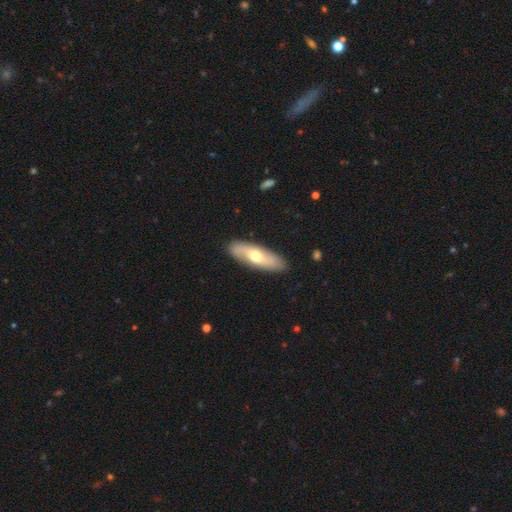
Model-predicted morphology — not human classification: Smooth or featured? featured or disk (49%)
Merging? none (88%)